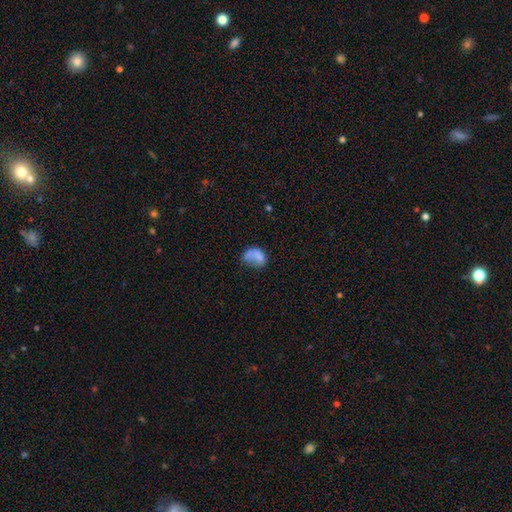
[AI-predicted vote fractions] Smooth or featured: smooth — 70% (featured or disk — 19%)
How rounded: in between — 71% (round — 28%)
Merging: none — 33% (major disturbance — 30%)